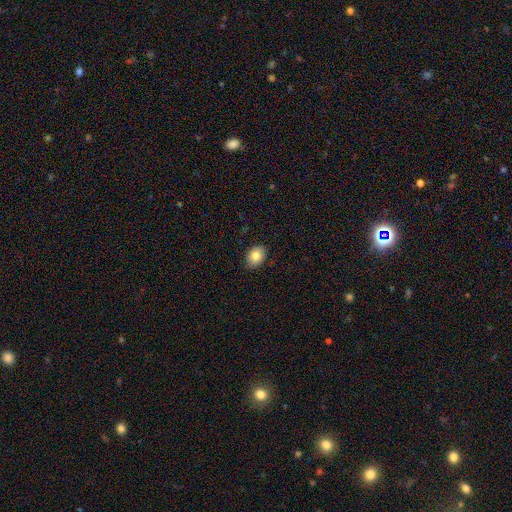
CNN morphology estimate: smooth_or_featured: smooth (p=0.83) [alt: featured or disk p=0.09]
how_rounded: in between (p=0.71) [alt: round p=0.28]
merging: none (p=0.84) [alt: minor disturbance p=0.13]